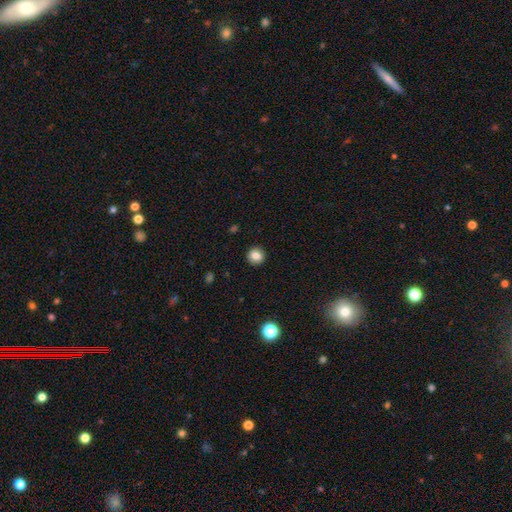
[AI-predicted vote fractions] smooth 82%, star or artifact 10%, featured or disk 8%. Down the decision tree: how rounded — round (89%); merging — none (92%).